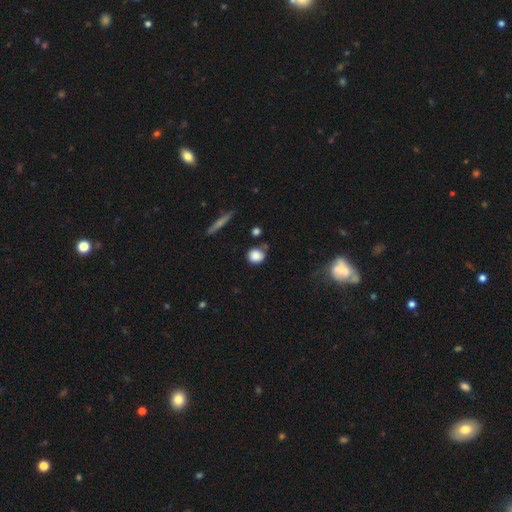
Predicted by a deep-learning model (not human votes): Smooth or featured? smooth (84%)
How rounded? round (82%)
Merging? none (68%)